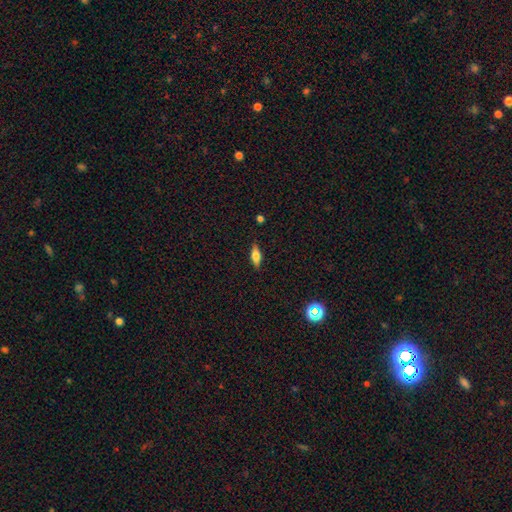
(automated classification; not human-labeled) Overall: smooth (56%; featured or disk 36%). How rounded: in between (64%; cigar-shaped 32%). Merging: none (86%).